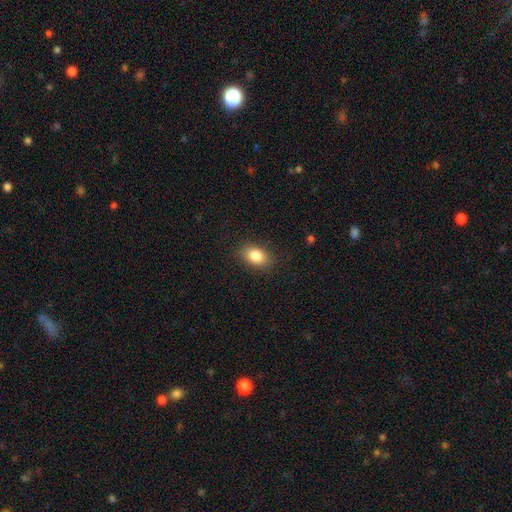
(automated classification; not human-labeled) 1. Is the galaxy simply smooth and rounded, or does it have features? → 85% smooth, 8% star or artifact, 7% featured or disk.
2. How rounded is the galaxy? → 83% in between, 15% round, 2% cigar-shaped.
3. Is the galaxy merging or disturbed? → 87% none, 9% minor disturbance, 3% major disturbance, 1% merger.